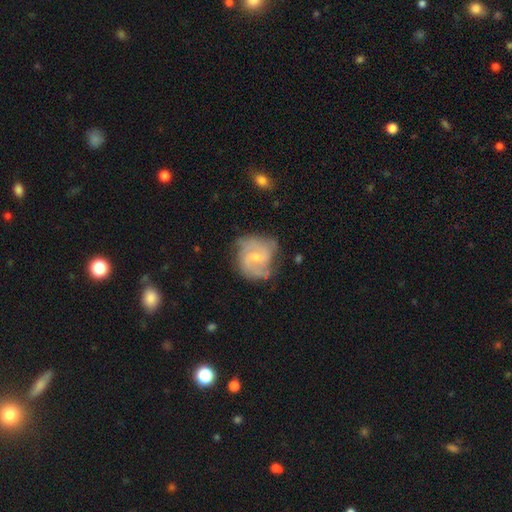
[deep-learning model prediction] This appears to be a featured or disk galaxy (76%) with a weak bar (50%), 2 (59%) medium (49%) spiral arms (92%) and a small central bulge (60%). Merging: none (63%).